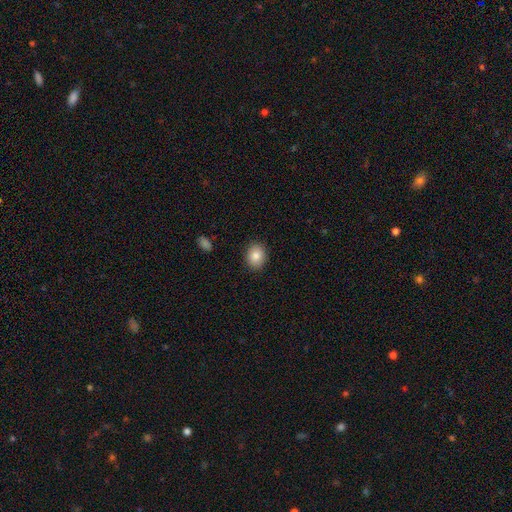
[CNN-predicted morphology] Q: Smooth or featured?
A: smooth (85%); runner-up: star or artifact (8%)
Q: How rounded?
A: in between (51%); runner-up: round (48%)
Q: Merging?
A: none (89%); runner-up: minor disturbance (8%)